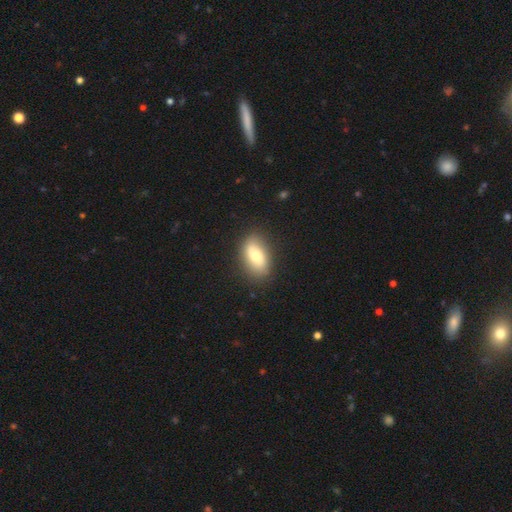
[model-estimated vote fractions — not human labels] smooth-or-featured: smooth: 67% | featured or disk: 26% | star or artifact: 7%
  how-rounded: in between: 88% | round: 7% | cigar-shaped: 5%
  merging: none: 85% | minor disturbance: 11% | major disturbance: 3% | merger: 1%